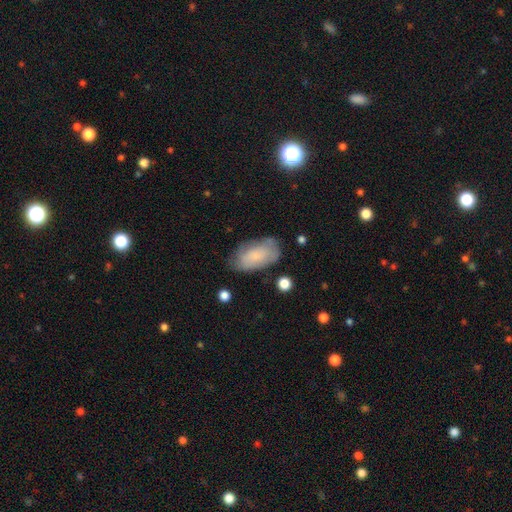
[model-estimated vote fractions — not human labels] This appears to be a smooth galaxy with no disk features (67%) that is in between round and cigar-shaped (94%). Merging: none (65%).